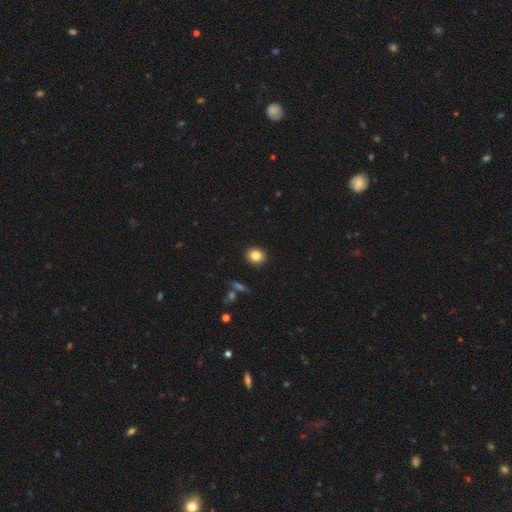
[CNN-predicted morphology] smooth_or_featured: smooth (p=0.83) [alt: star or artifact p=0.10]
how_rounded: round (p=0.79) [alt: in between p=0.20]
merging: none (p=0.91) [alt: minor disturbance p=0.06]